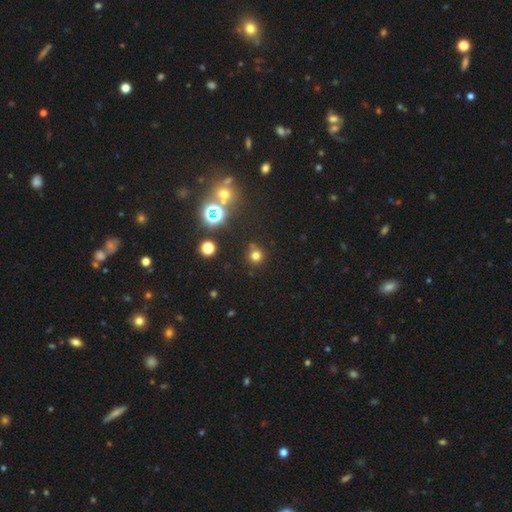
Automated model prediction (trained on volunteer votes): This is likely a smooth galaxy (71%). How rounded: clearly round (92%). Merging: likely none (80%).